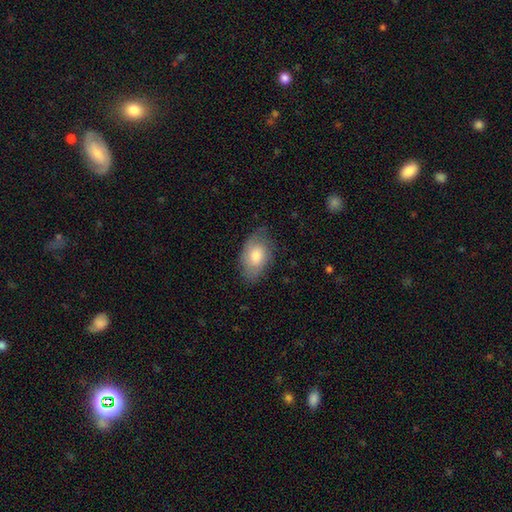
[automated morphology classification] Smooth or featured? smooth (68%)
How rounded? in between (90%)
Merging? none (69%)